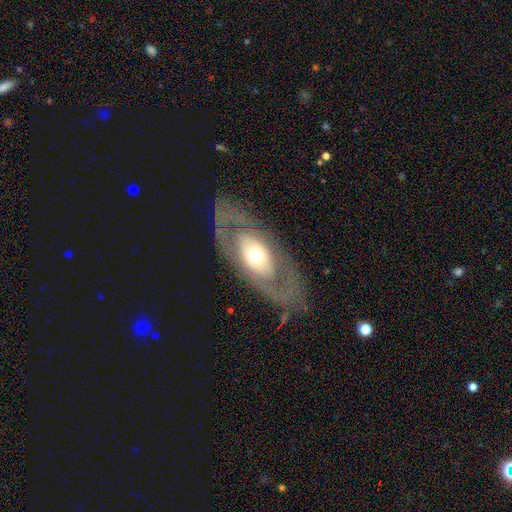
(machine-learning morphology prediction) A featured or disk galaxy (64%) with no bar (85%), no spiral arms (77%) and a moderate central bulge (61%). Merging: none (76%).